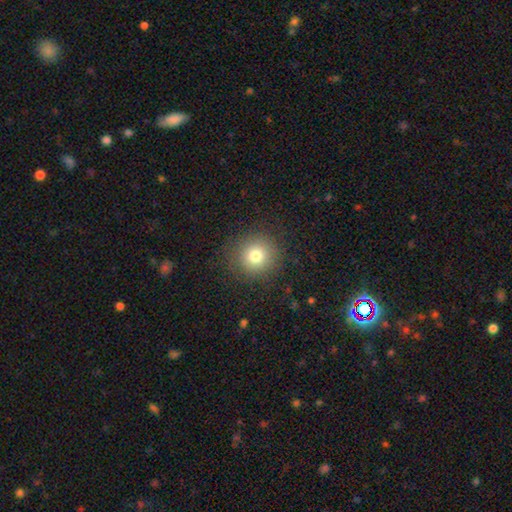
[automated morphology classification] type=smooth (77%); roundness=round (93%); merging=none (88%).